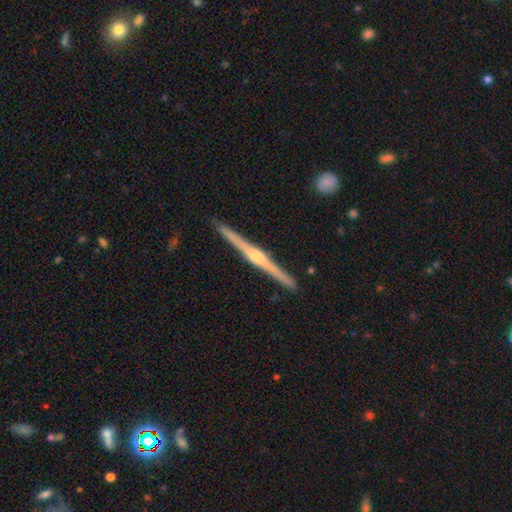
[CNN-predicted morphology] type=featured or disk (85%); edge-on=yes (99%); edge-on bulge=rounded (80%); merging=none (93%).